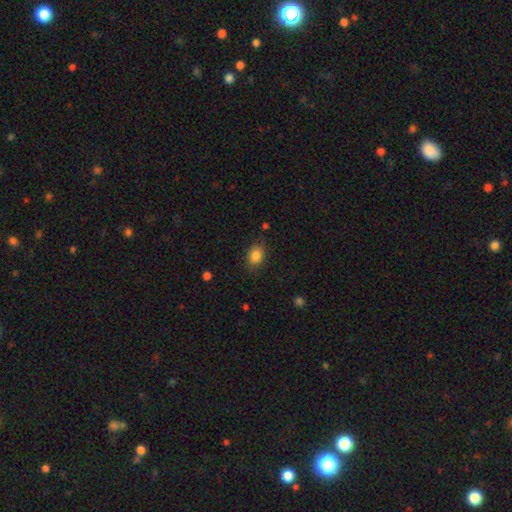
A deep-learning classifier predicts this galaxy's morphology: smooth 85%, star or artifact 9%, featured or disk 6%. Down the decision tree: how rounded — in between (65%); merging — none (80%).